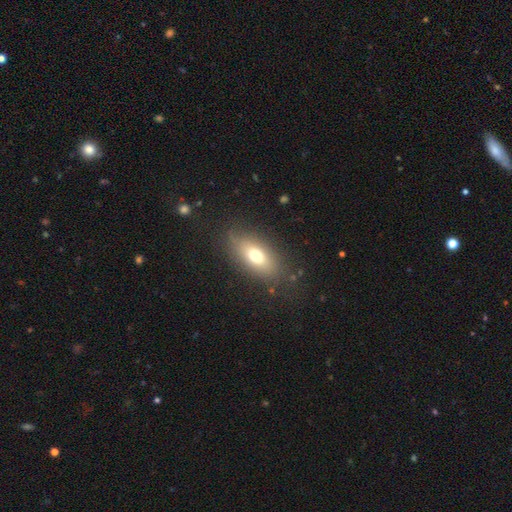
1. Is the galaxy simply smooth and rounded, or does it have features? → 62% smooth, 33% featured or disk, 5% star or artifact.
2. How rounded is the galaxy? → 96% in between, 4% round, 0% cigar-shaped.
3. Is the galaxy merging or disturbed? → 86% none, 11% minor disturbance, 3% merger, 0% major disturbance.